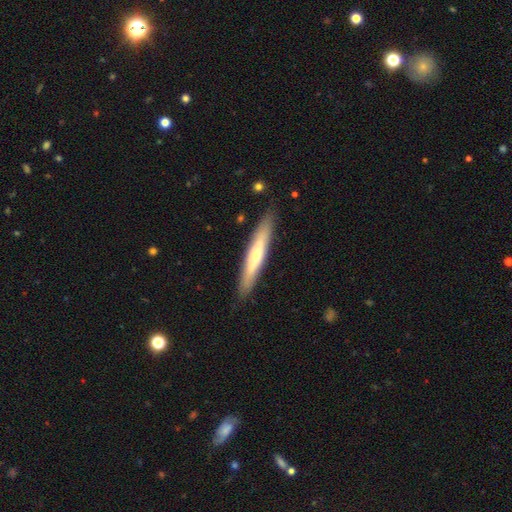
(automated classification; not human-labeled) This is possibly a featured or disk galaxy (51%). It is clearly viewed edge-on (89%). Merging: clearly none (89%).